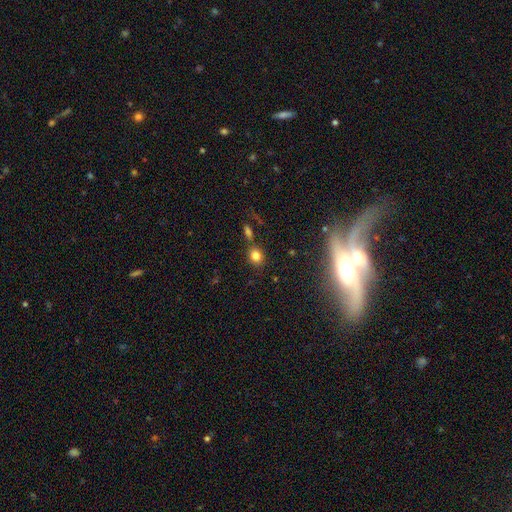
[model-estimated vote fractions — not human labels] Q: Smooth or featured?
A: smooth (80%); runner-up: star or artifact (13%)
Q: How rounded?
A: round (71%); runner-up: in between (28%)
Q: Merging?
A: none (73%); runner-up: merger (12%)